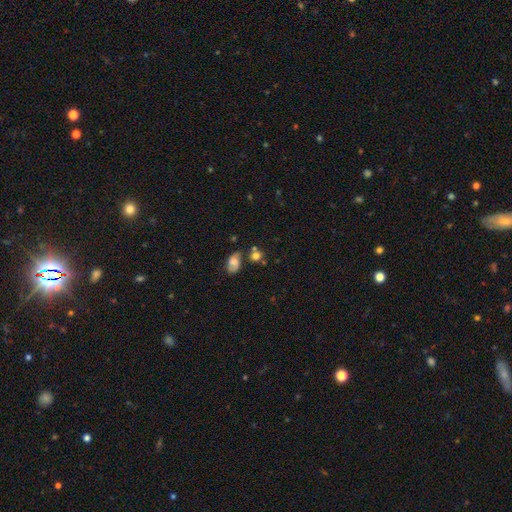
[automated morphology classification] smooth_or_featured: smooth (p=0.63) [alt: featured or disk p=0.22]
how_rounded: round (p=0.66) [alt: in between p=0.31]
merging: none (p=0.60) [alt: merger p=0.19]